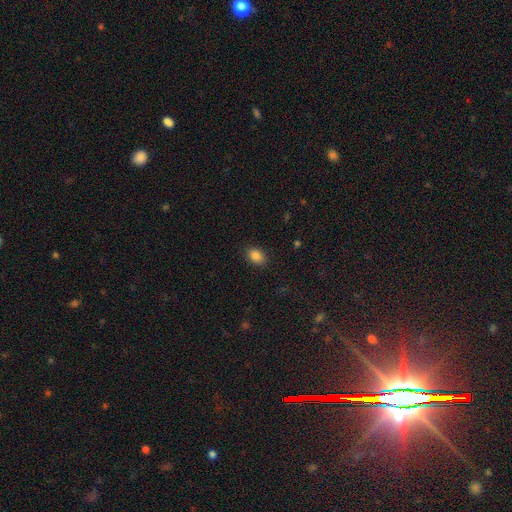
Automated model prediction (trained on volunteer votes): smooth-or-featured: smooth: 86% | star or artifact: 9% | featured or disk: 4%
  how-rounded: in between: 82% | round: 17% | cigar-shaped: 1%
  merging: none: 88% | minor disturbance: 9% | major disturbance: 2% | merger: 1%